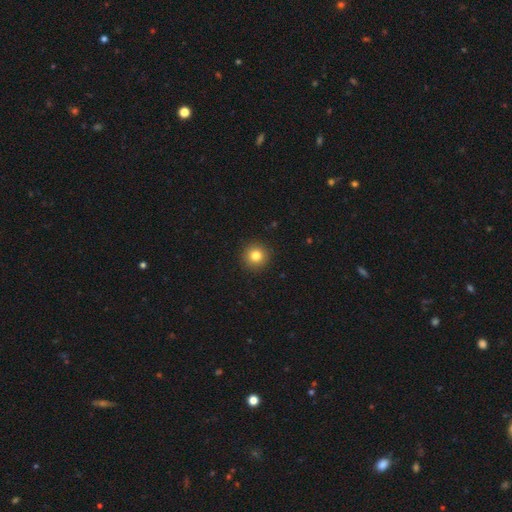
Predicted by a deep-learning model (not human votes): Smooth or featured? smooth (81%)
How rounded? round (95%)
Merging? none (93%)